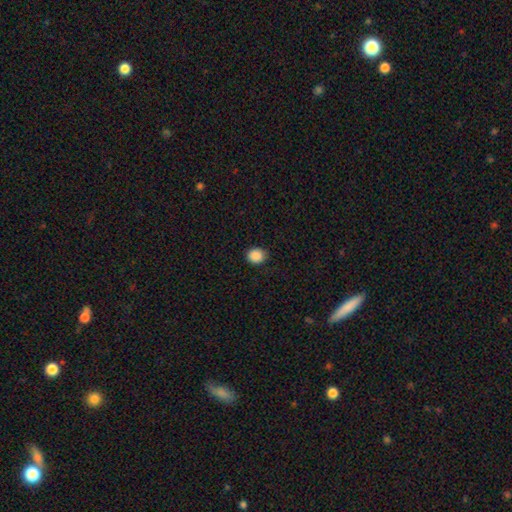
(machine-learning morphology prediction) smooth_or_featured: smooth (p=0.89) [alt: star or artifact p=0.09]
how_rounded: round (p=0.67) [alt: in between p=0.32]
merging: none (p=0.87) [alt: minor disturbance p=0.10]